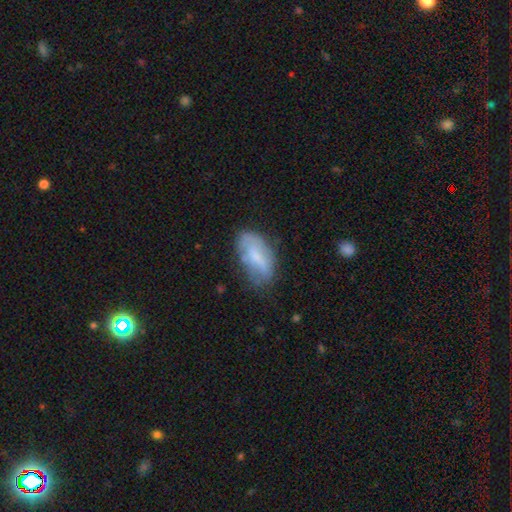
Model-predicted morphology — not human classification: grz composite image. It shows a smooth galaxy with no disk features (56%) that is in between round and cigar-shaped (90%). Merging: none (55%).